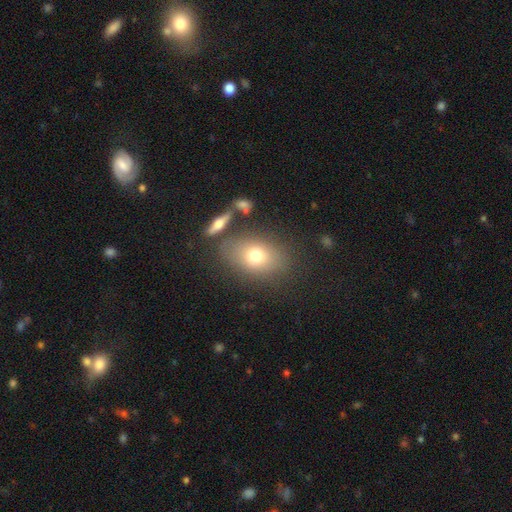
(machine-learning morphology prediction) This appears to be a smooth galaxy with no disk features (72%) that is in between round and cigar-shaped (70%). Merging: none (72%).